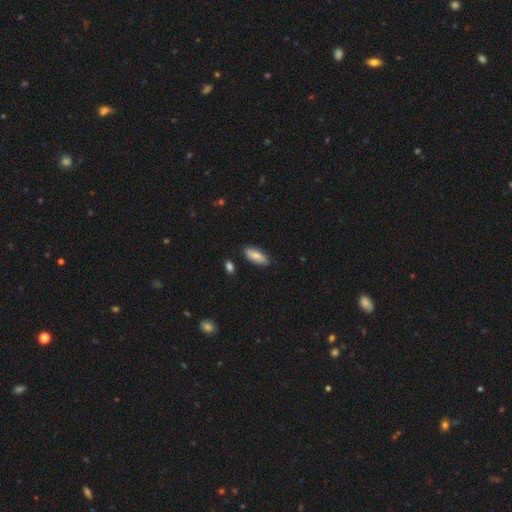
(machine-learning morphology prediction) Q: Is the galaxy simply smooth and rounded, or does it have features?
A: smooth — 78%.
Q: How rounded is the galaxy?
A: in between — 79%.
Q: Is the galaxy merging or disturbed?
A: none — 84%.